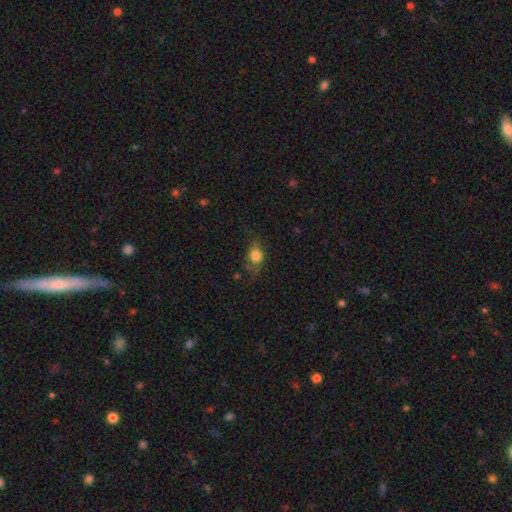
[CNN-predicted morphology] Smooth or featured? Predicted: smooth (p=0.70). How rounded? Predicted: round (p=0.57). Merging? Predicted: none (p=0.52).